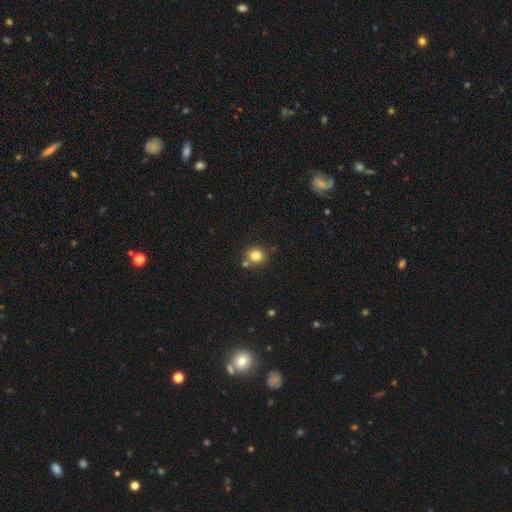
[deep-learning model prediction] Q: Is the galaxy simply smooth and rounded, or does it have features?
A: smooth — 82%.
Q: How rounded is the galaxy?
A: round — 85%.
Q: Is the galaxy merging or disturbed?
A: none — 76%.